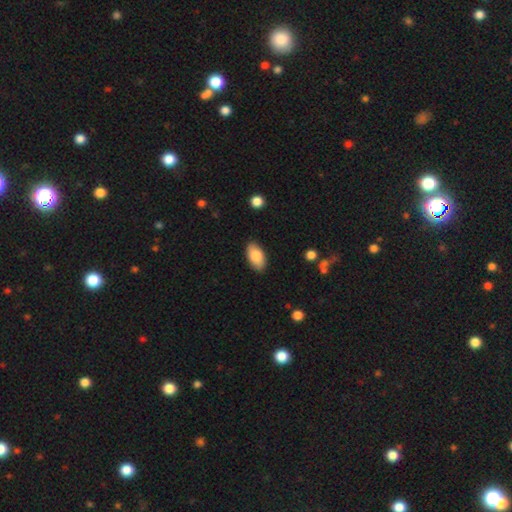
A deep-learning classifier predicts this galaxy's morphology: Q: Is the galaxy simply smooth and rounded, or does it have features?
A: smooth — 81%.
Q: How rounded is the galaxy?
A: in between — 94%.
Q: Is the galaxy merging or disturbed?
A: none — 86%.